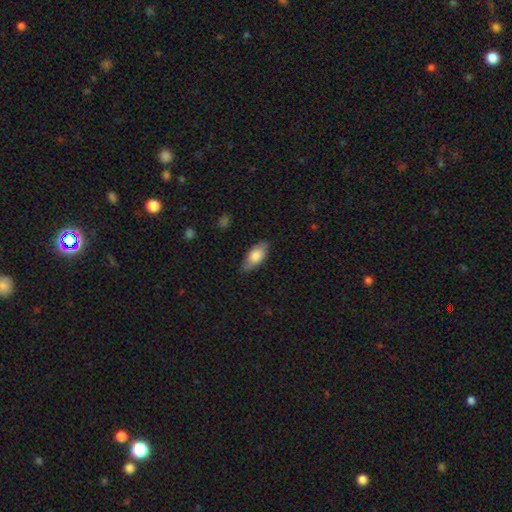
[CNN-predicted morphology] smooth_or_featured: smooth (p=0.78) [alt: featured or disk p=0.16]
how_rounded: in between (p=0.87) [alt: cigar-shaped p=0.10]
merging: none (p=0.77) [alt: minor disturbance p=0.18]